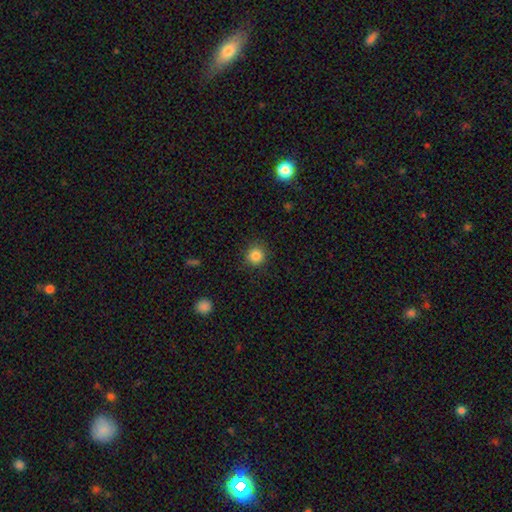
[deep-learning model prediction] A smooth galaxy with no disk features (85%) that is round (93%).

Vote fractions:
- Smooth or featured? smooth: 85% / star or artifact: 11% / featured or disk: 4%
- How rounded? round: 93% / in between: 6% / cigar-shaped: 1%
- Merging? none: 89% / minor disturbance: 7% / major disturbance: 3% / merger: 1%